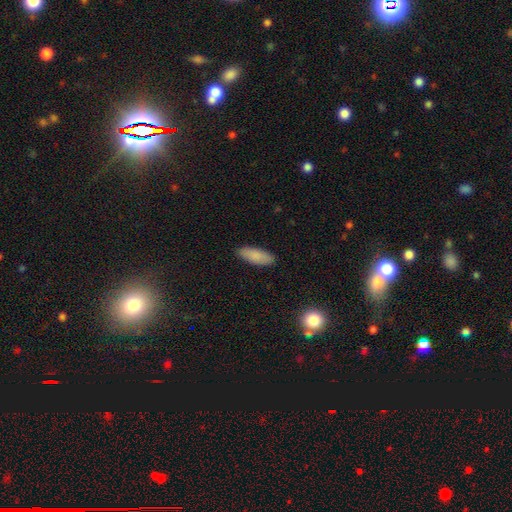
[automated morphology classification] This is clearly a smooth galaxy (87%). How rounded: likely in between (73%). Merging: clearly none (87%).